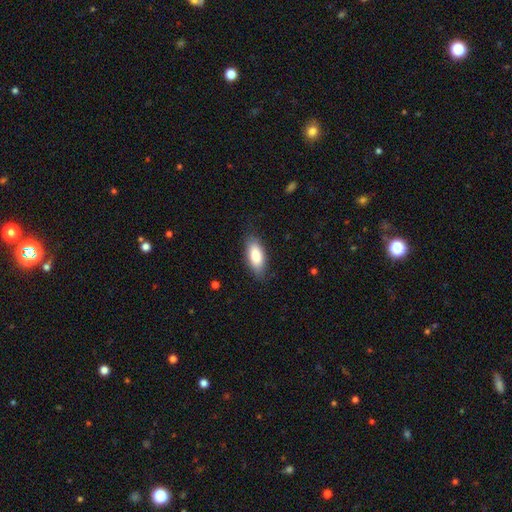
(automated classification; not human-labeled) This appears to be a smooth galaxy with no disk features (84%) that is in between round and cigar-shaped (86%). Merging: none (80%).